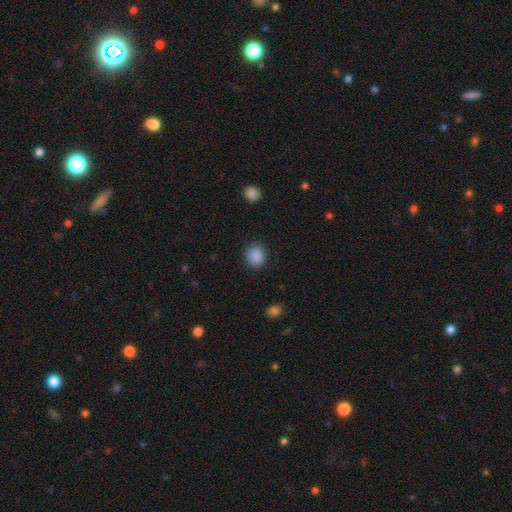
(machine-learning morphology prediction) Smooth or featured: smooth — 88% (star or artifact — 9%)
How rounded: round — 75% (in between — 24%)
Merging: none — 87% (minor disturbance — 9%)